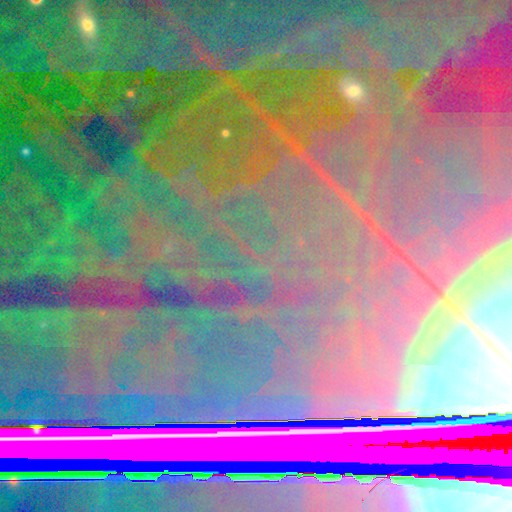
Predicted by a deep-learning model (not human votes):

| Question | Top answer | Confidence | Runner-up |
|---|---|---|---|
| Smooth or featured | star or artifact | 87% | featured or disk (8%) |